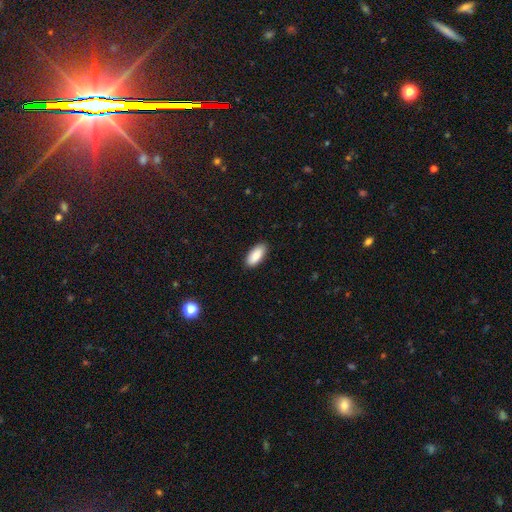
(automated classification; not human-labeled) Smooth or featured? smooth (88%)
How rounded? in between (88%)
Merging? none (88%)